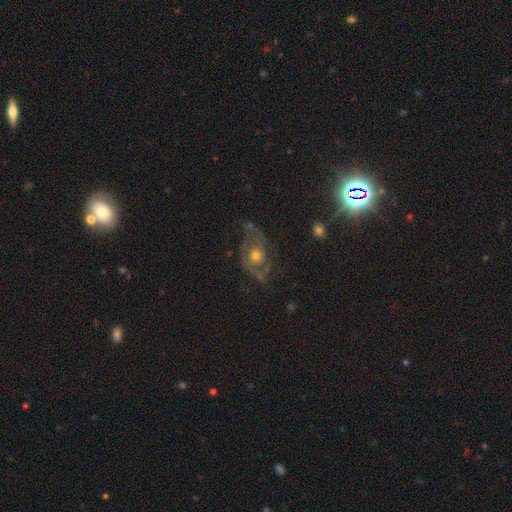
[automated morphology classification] Smooth or featured: featured or disk — 74% (smooth — 17%)
Edge-on disk: no — 95% (yes — 5%)
Bar: no — 81% (weak — 15%)
Spiral arms: yes — 79% (no — 21%)
Spiral winding: medium — 45% (loose — 28%)
Spiral arm count: 2 — 67% (can't tell — 17%)
Bulge size: moderate — 62% (small — 30%)
Merging: none — 54% (minor disturbance — 22%)